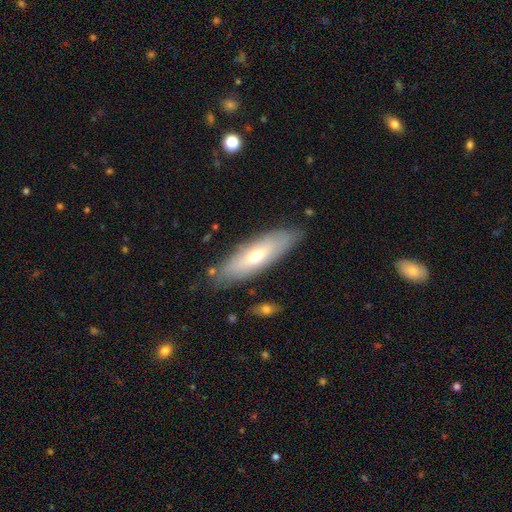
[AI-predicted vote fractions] Smooth or featured: smooth — 59% (featured or disk — 35%)
How rounded: in between — 55% (cigar-shaped — 43%)
Merging: none — 82% (minor disturbance — 13%)